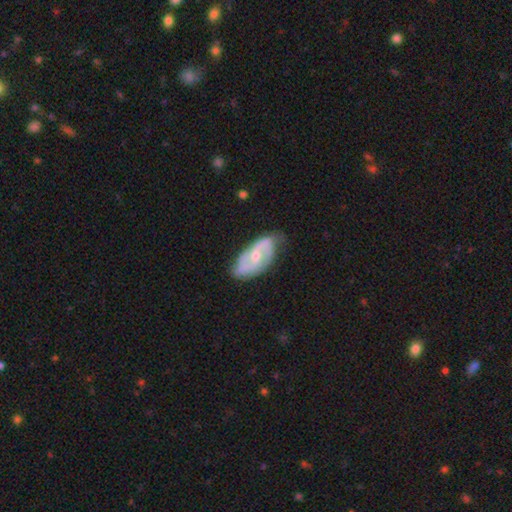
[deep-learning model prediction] smooth-or-featured: featured or disk: 76% | smooth: 19% | star or artifact: 5%
  disk-edge-on: no: 94% | yes: 6%
    bar: weak: 42% (tied) | no: 42% (tied) | strong: 16%
    has-spiral-arms: yes: 89% | no: 11%
      spiral-winding: medium: 42% | loose: 36% | tight: 21%
      spiral-arm-count: 2: 77% | can't tell: 12% | 3: 5% | 1: 3% | 4: 2% | more than 4: 1%
    bulge-size: small: 54% | moderate: 43% | none: 2% | large: 1% | dominant: 1%
  merging: none: 67% | minor disturbance: 25% | major disturbance: 6% | merger: 2%